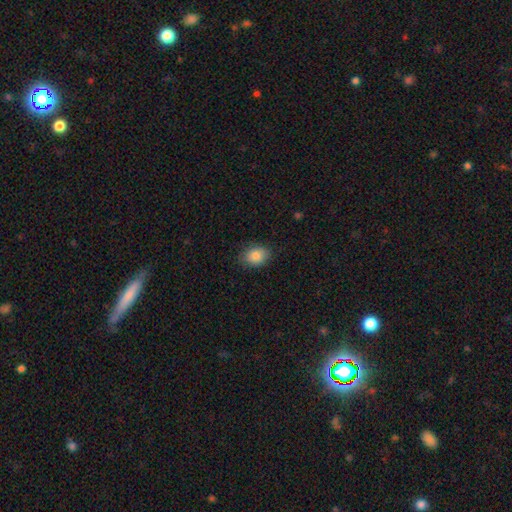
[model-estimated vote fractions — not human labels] Smooth or featured: smooth — 86% (star or artifact — 8%)
How rounded: in between — 76% (round — 23%)
Merging: none — 84% (minor disturbance — 12%)